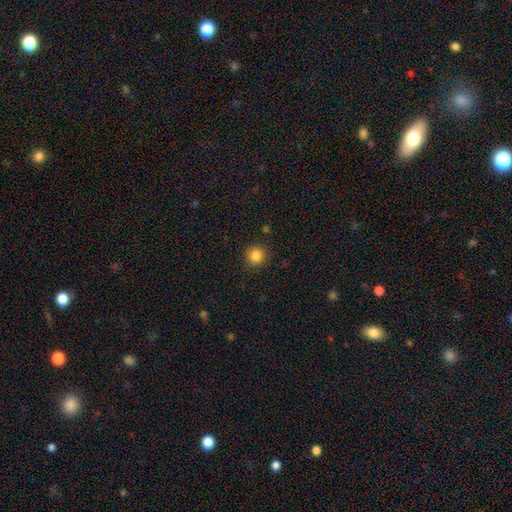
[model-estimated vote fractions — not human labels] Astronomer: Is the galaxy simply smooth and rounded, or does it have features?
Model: smooth — 84%.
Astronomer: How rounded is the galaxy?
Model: round — 93%.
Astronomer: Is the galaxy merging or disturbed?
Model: none — 90%.